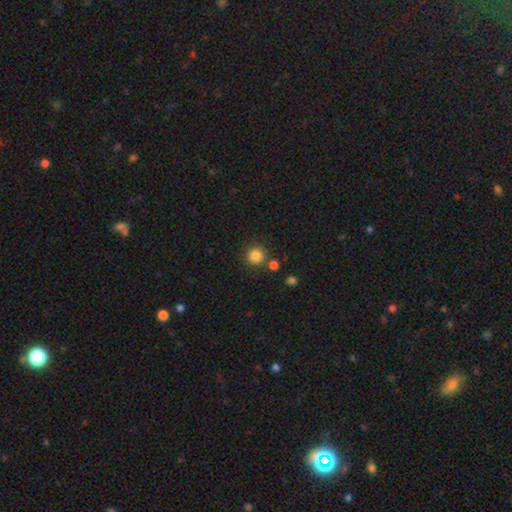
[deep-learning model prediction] Morphology: type=smooth (84%); roundness=round (92%); merging=none (81%).